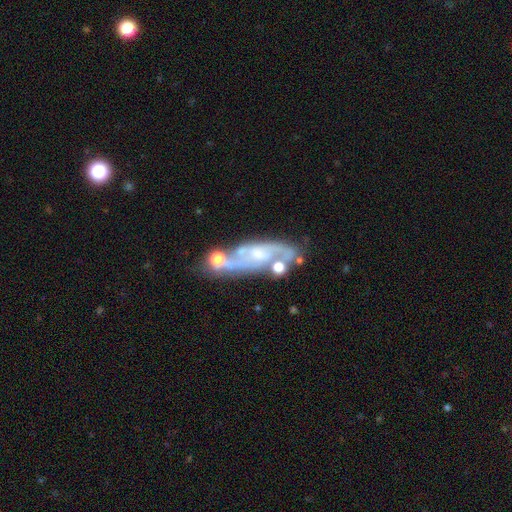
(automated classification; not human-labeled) Q: Smooth or featured?
A: featured or disk (76%); runner-up: smooth (15%)
Q: Edge-on disk?
A: no (81%); runner-up: yes (19%)
Q: Bar?
A: no (53%); runner-up: weak (35%)
Q: Spiral arms?
A: yes (85%); runner-up: no (15%)
Q: Spiral winding?
A: medium (45%); runner-up: tight (32%)
Q: Spiral arm count?
A: 2 (62%); runner-up: can't tell (24%)
Q: Bulge size?
A: small (50%); runner-up: moderate (28%)
Q: Merging?
A: none (61%); runner-up: minor disturbance (18%)